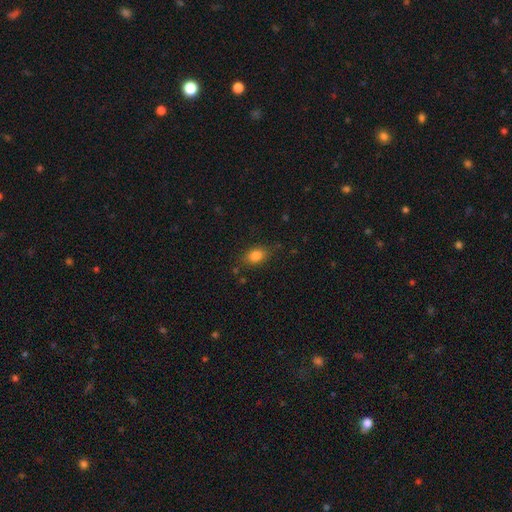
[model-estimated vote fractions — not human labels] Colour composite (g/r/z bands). It shows a smooth galaxy with no disk features (82%) that is in between round and cigar-shaped (76%). Merging: none (79%).